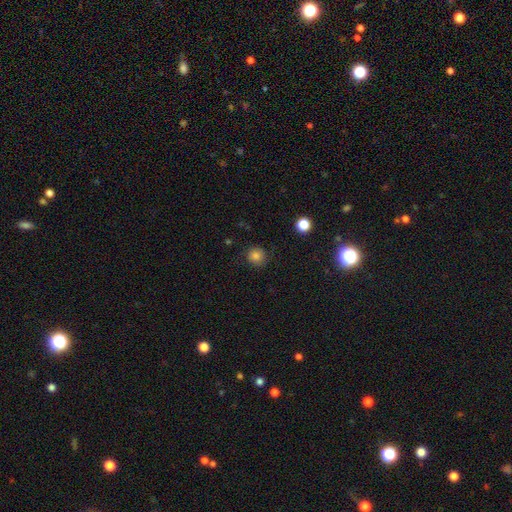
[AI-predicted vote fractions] smooth_or_featured: smooth (p=0.83) [alt: star or artifact p=0.12]
how_rounded: round (p=0.93) [alt: in between p=0.06]
merging: none (p=0.85) [alt: minor disturbance p=0.11]